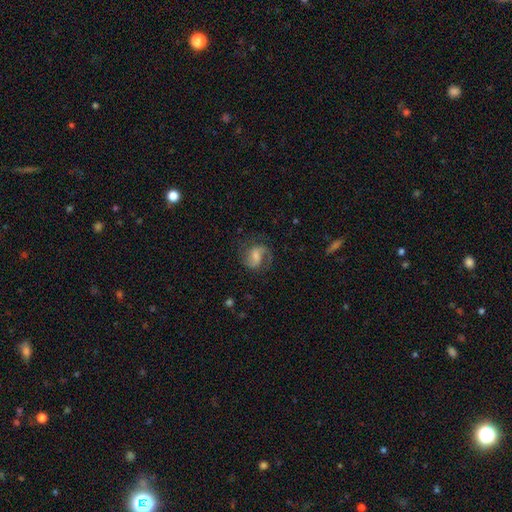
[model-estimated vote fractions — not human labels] Smooth or featured? featured or disk (77%)
Edge-on disk? no (98%)
Bar? weak (49%)
Spiral arms? yes (95%)
Spiral winding? medium (52%)
Spiral arm count? 2 (76%)
Bulge size? small (39%, tied with moderate)
Merging? none (69%)